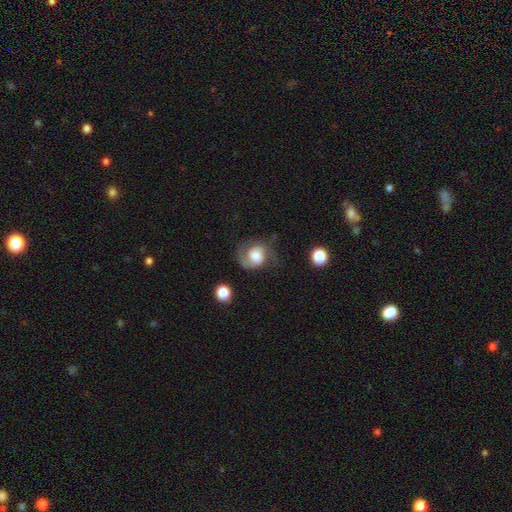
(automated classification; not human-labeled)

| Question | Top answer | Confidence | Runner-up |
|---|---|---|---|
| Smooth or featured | featured or disk | 60% | smooth (31%) |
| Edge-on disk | no | 97% | yes (3%) |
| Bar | no | 65% | weak (29%) |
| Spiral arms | yes | 91% | no (9%) |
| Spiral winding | medium | 46% | loose (30%) |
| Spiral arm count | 2 | 70% | 1 (22%) |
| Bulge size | moderate | 42% | large (37%) |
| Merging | none | 56% | minor disturbance (24%) |